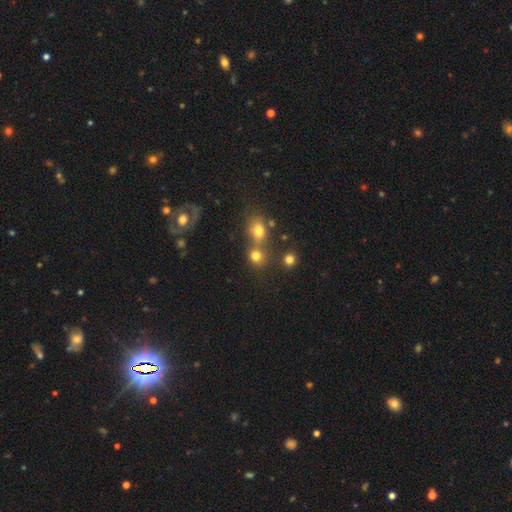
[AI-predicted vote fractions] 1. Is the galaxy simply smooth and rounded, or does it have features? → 76% smooth, 15% star or artifact, 9% featured or disk.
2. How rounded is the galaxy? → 80% round, 19% in between, 1% cigar-shaped.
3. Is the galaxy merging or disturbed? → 53% none, 35% merger, 8% minor disturbance, 4% major disturbance.